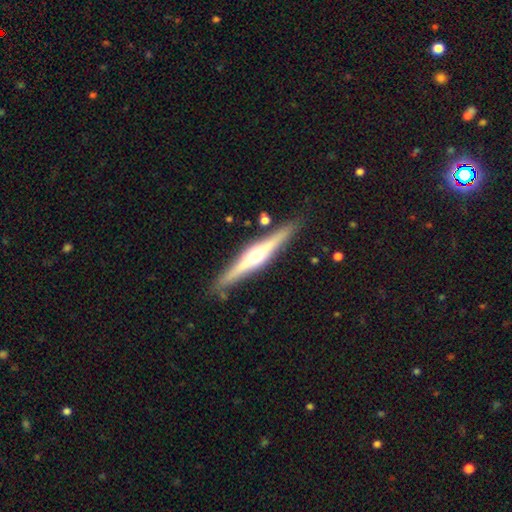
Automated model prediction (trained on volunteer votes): A featured or disk galaxy (75%) viewed edge-on (97%) with a rounded central bulge (91%).

Vote fractions:
- Smooth or featured? featured or disk: 75% / smooth: 20% / star or artifact: 5%
- Edge-on disk? yes: 97% / no: 3%
- Edge-on bulge? rounded: 91% / boxy: 5% / none: 4%
- Merging? none: 87% / minor disturbance: 9% / merger: 3% / major disturbance: 2%